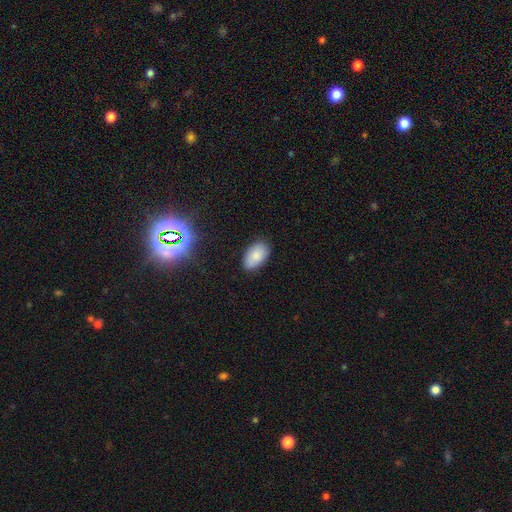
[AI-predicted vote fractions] This appears to be a smooth galaxy with no disk features (84%) that is in between round and cigar-shaped (93%). Merging: none (83%).